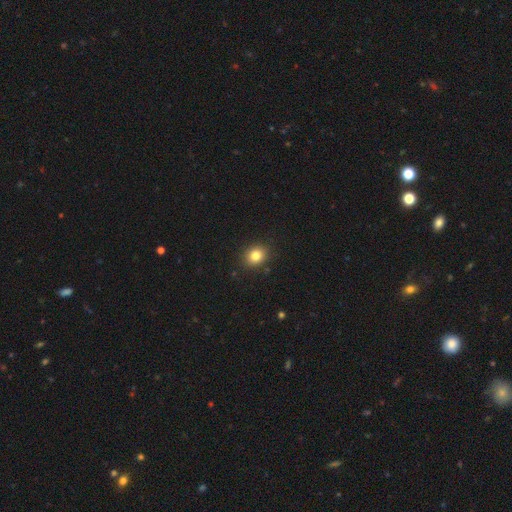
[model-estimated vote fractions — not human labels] Q: Smooth or featured?
A: smooth (82%); runner-up: star or artifact (11%)
Q: How rounded?
A: round (60%); runner-up: in between (40%)
Q: Merging?
A: none (89%); runner-up: minor disturbance (8%)